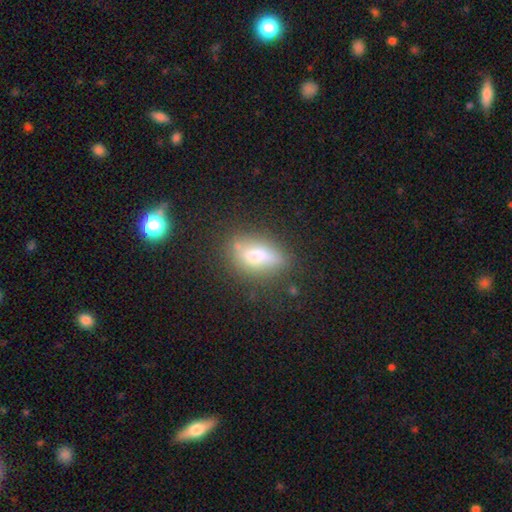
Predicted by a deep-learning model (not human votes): Smooth or featured? smooth (49%)
Merging? none (65%)